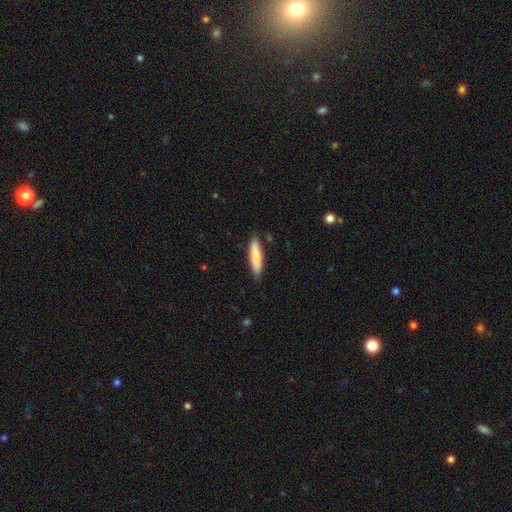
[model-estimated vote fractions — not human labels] Overall: smooth (80%). How rounded: cigar-shaped (81%). Merging: none (83%).